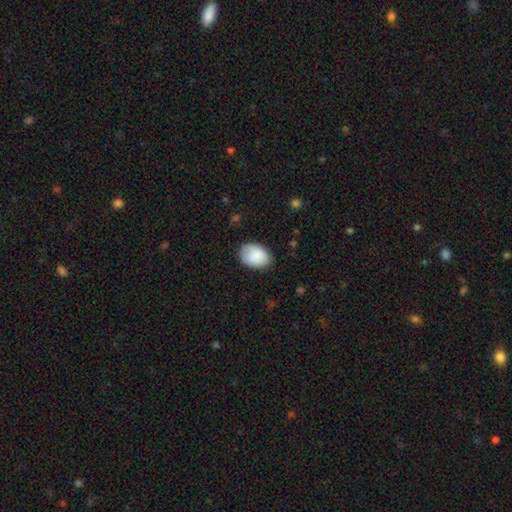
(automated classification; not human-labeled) Overall: smooth (87%). How rounded: in between (79%). Merging: none (78%).